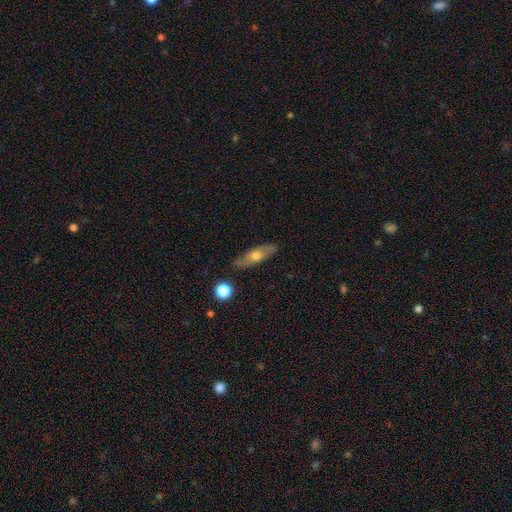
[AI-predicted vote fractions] The model was most divided on "smooth or featured": smooth: 47%, featured or disk: 46%, star or artifact: 7%. More confident: merging — none (84%).